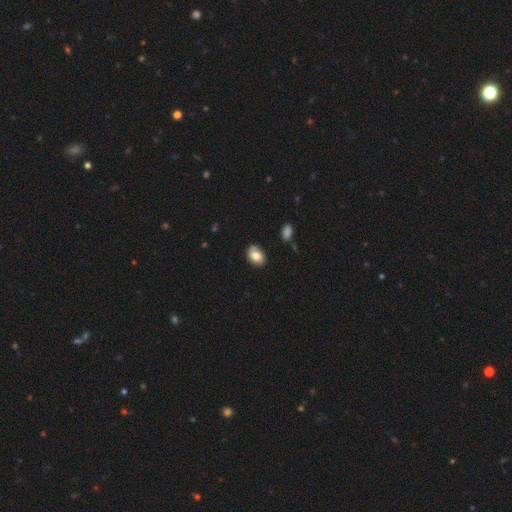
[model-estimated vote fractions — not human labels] smooth_or_featured: smooth (p=0.81) [alt: featured or disk p=0.11]
how_rounded: in between (p=0.76) [alt: round p=0.23]
merging: none (p=0.77) [alt: minor disturbance p=0.17]